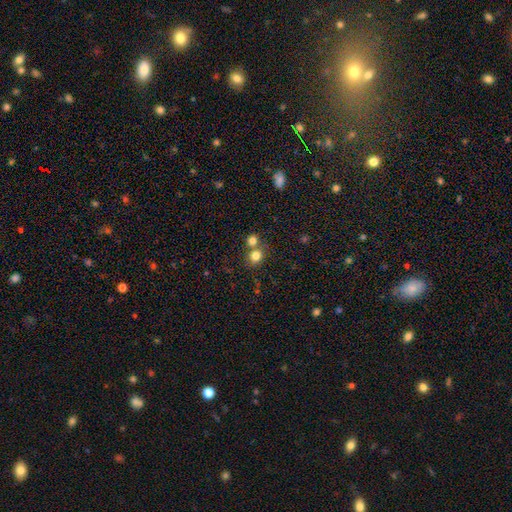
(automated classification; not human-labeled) Smooth or featured?
  - smooth: 80% *
  - star or artifact: 13%
  - featured or disk: 7%
How rounded?
  - round: 81% *
  - in between: 18%
  - cigar-shaped: 1%
Merging?
  - none: 57% *
  - merger: 33%
  - minor disturbance: 7%
  - major disturbance: 3%